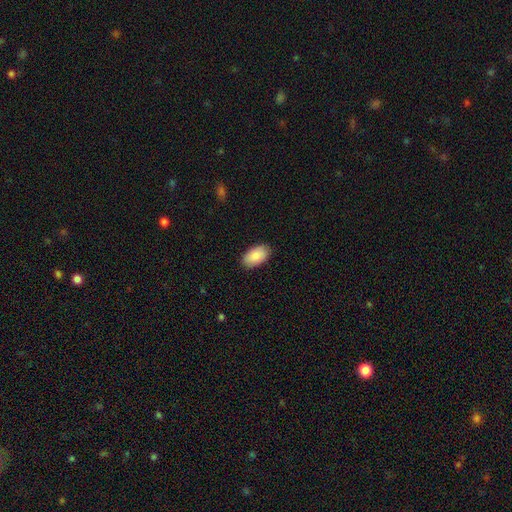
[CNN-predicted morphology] Q: Smooth or featured?
A: smooth (88%); runner-up: featured or disk (6%)
Q: How rounded?
A: in between (95%); runner-up: round (3%)
Q: Merging?
A: none (88%); runner-up: minor disturbance (9%)